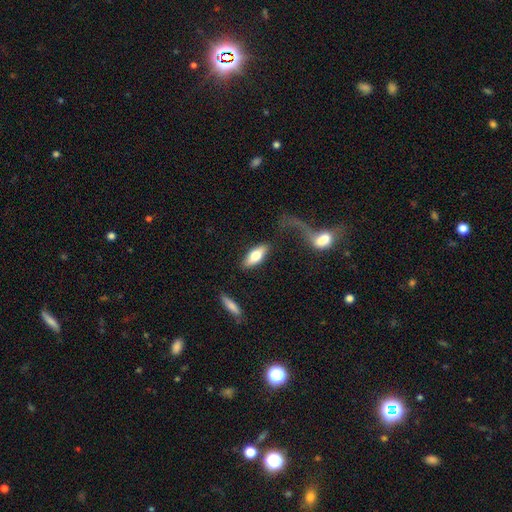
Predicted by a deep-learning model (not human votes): Smooth or featured? smooth (62%)
How rounded? in between (71%)
Merging? none (77%)